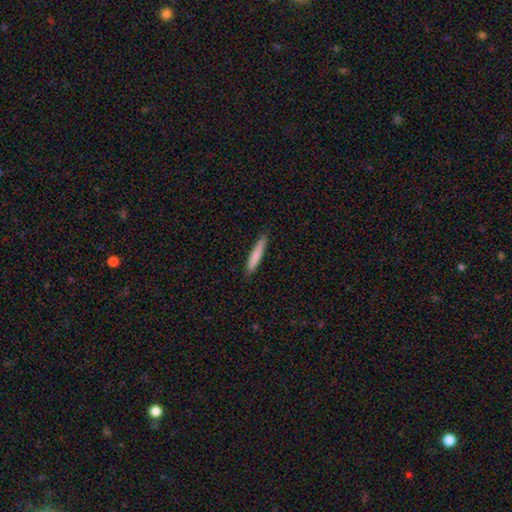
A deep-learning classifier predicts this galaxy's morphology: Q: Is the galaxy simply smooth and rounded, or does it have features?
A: smooth — 77%.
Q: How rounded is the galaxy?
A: cigar-shaped — 94%.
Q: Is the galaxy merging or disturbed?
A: none — 89%.